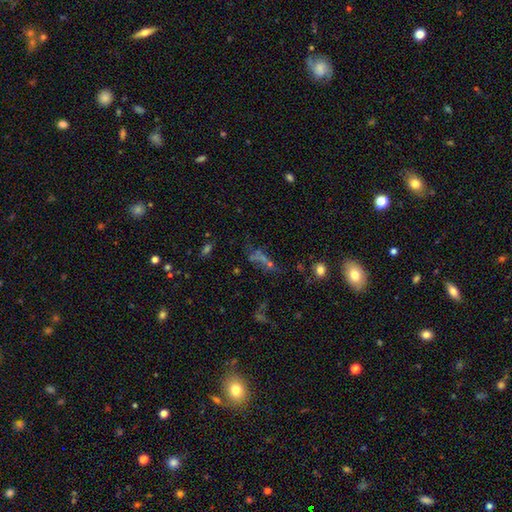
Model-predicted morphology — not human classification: Overall: star or artifact (46%; smooth 34%).